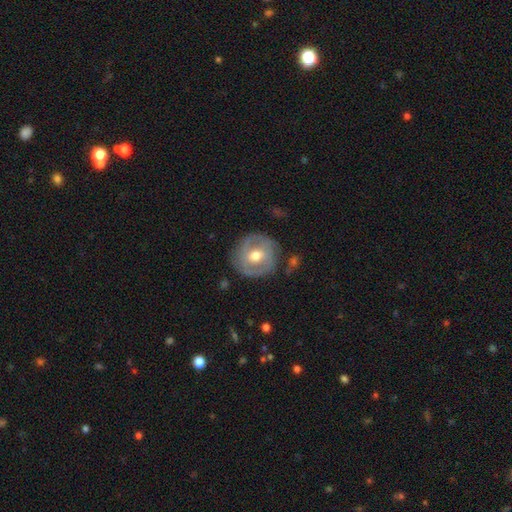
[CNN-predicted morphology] This is likely a featured or disk galaxy (61%). It is clearly not viewed edge-on (96%). Bar: marginally no (43%). Spiral arm pattern: likely yes (62%). Central bulge: likely moderate (78%). Merging: likely none (79%).